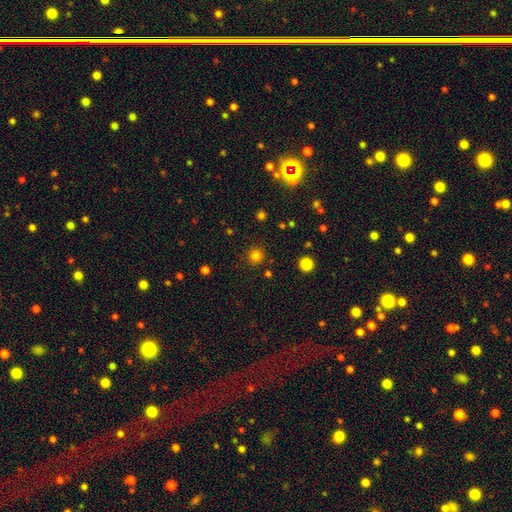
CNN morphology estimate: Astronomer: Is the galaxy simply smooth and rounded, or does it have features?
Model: smooth — 80%.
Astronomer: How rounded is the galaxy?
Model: round — 93%.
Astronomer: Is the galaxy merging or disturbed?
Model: none — 89%.